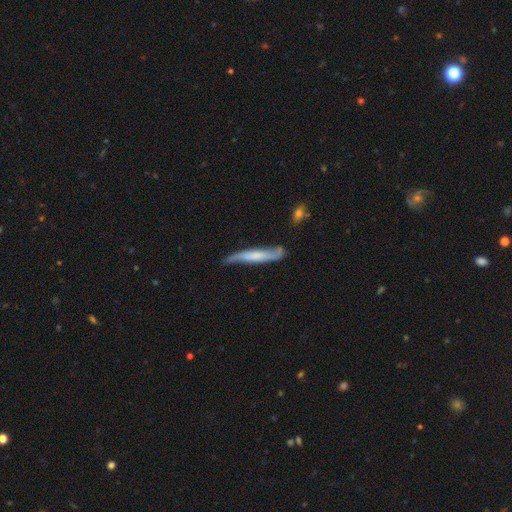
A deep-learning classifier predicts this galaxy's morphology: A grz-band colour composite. It shows a featured or disk galaxy (53%) viewed edge-on (62%). Merging: none (55%).